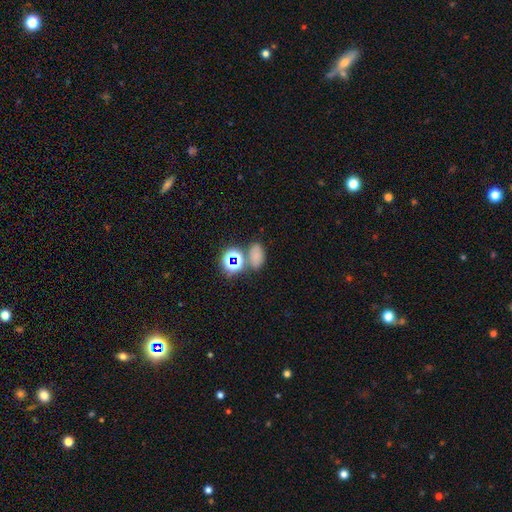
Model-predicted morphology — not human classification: smooth_or_featured: smooth (p=0.67) [alt: star or artifact p=0.26]
how_rounded: in between (p=0.80) [alt: round p=0.17]
merging: none (p=0.64) [alt: merger p=0.19]